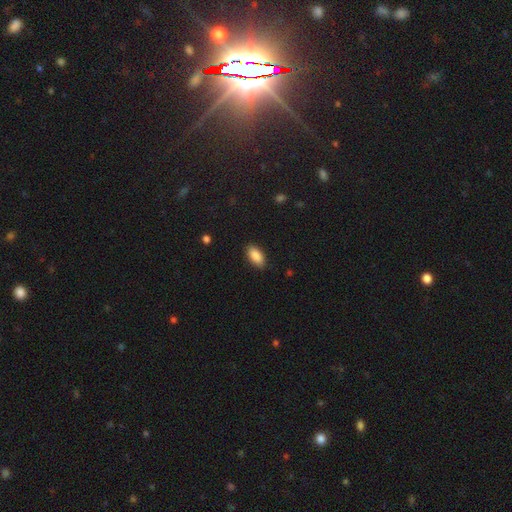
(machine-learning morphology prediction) Smooth or featured: smooth — 89% (star or artifact — 7%)
How rounded: in between — 92% (cigar-shaped — 6%)
Merging: none — 86% (minor disturbance — 11%)